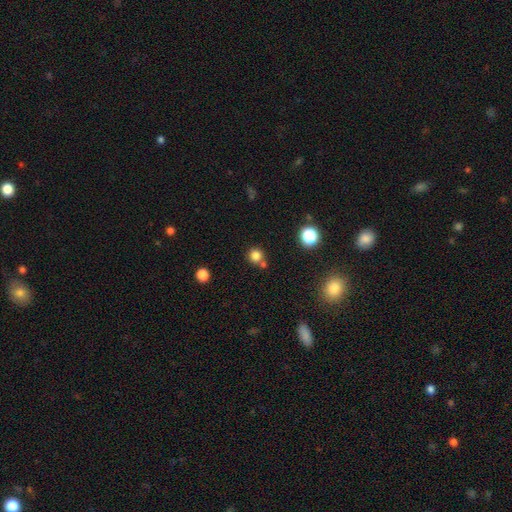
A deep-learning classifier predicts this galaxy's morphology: This is clearly a smooth galaxy (80%). How rounded: clearly round (92%). Merging: likely none (67%).